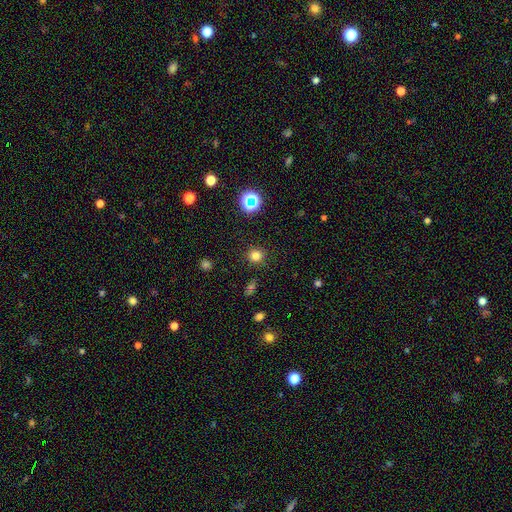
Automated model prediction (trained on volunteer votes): smooth_or_featured: smooth (p=0.77) [alt: star or artifact p=0.17]
how_rounded: round (p=0.92) [alt: in between p=0.07]
merging: none (p=0.89) [alt: minor disturbance p=0.07]